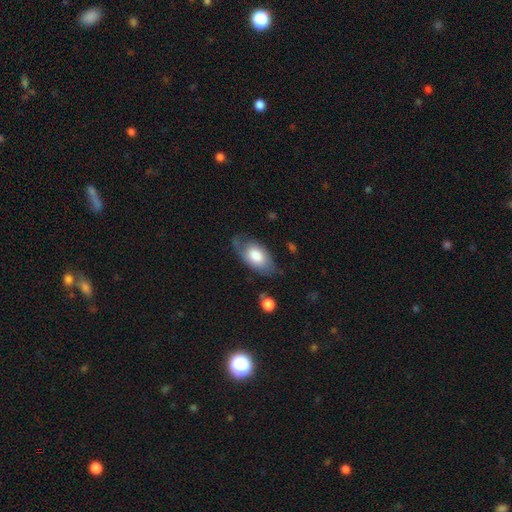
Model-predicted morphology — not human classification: A smooth galaxy with no disk features (64%) that is in between round and cigar-shaped (93%).

Vote fractions:
- Smooth or featured? smooth: 64% / featured or disk: 30% / star or artifact: 6%
- How rounded? in between: 93% / round: 4% / cigar-shaped: 3%
- Merging? none: 57% / minor disturbance: 29% / major disturbance: 12% / merger: 2%